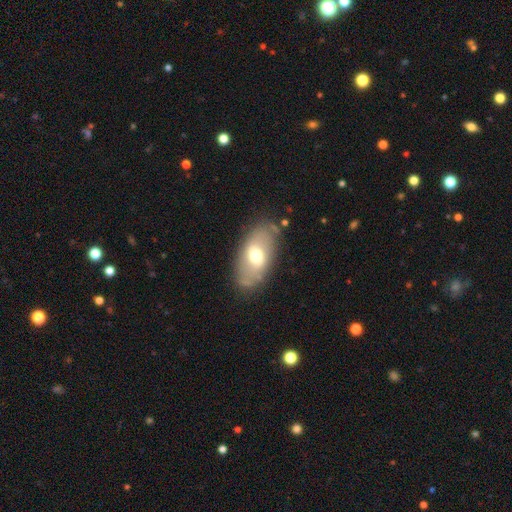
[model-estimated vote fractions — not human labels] smooth_or_featured: smooth (p=0.55) [alt: featured or disk p=0.37]
how_rounded: in between (p=0.91) [alt: round p=0.06]
merging: none (p=0.77) [alt: minor disturbance p=0.15]